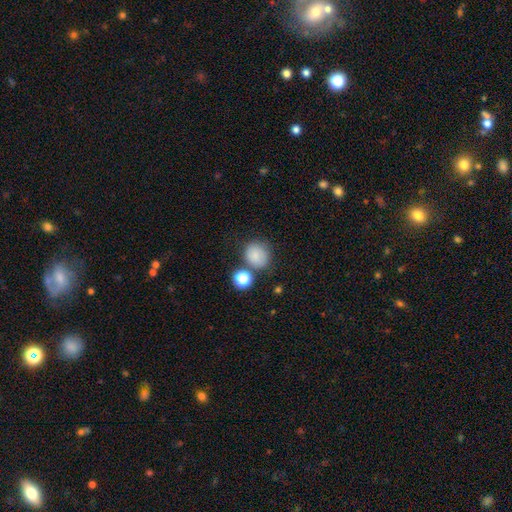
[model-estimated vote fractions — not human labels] Smooth or featured? smooth (82%)
How rounded? round (80%)
Merging? none (67%)